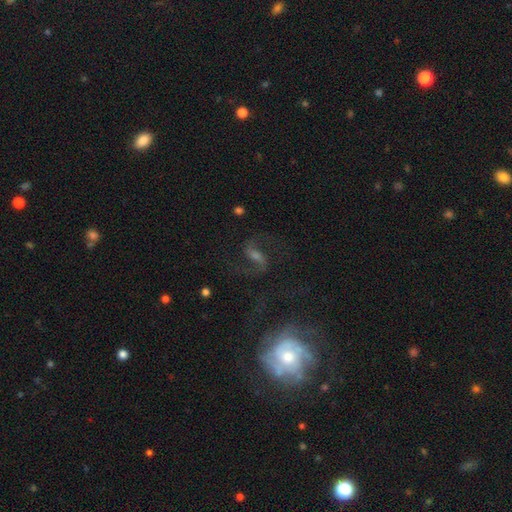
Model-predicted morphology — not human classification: smooth-or-featured: featured or disk: 80% | star or artifact: 11% | smooth: 9%
  disk-edge-on: no: 96% | yes: 4%
    bar: weak: 47% | strong: 36% | no: 18%
    has-spiral-arms: yes: 96% | no: 4%
      spiral-winding: loose: 45% | medium: 44% | tight: 11%
      spiral-arm-count: 2: 88% | can't tell: 4% | 3: 3% | 1: 2% | 4: 2% | more than 4: 2%
    bulge-size: moderate: 40% | small: 37% | none: 13% | large: 8% | dominant: 2%
  merging: none: 73% | minor disturbance: 13% | major disturbance: 12% | merger: 3%